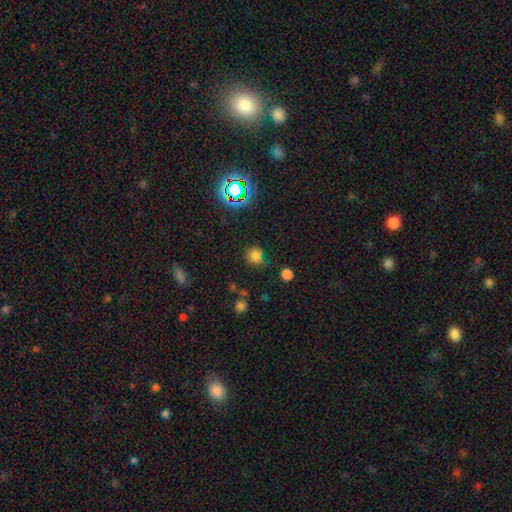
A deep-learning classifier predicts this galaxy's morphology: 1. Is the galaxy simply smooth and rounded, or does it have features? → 72% smooth, 22% star or artifact, 6% featured or disk.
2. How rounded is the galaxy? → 89% round, 10% in between, 1% cigar-shaped.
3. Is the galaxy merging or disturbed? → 72% none, 17% minor disturbance, 6% major disturbance, 6% merger.